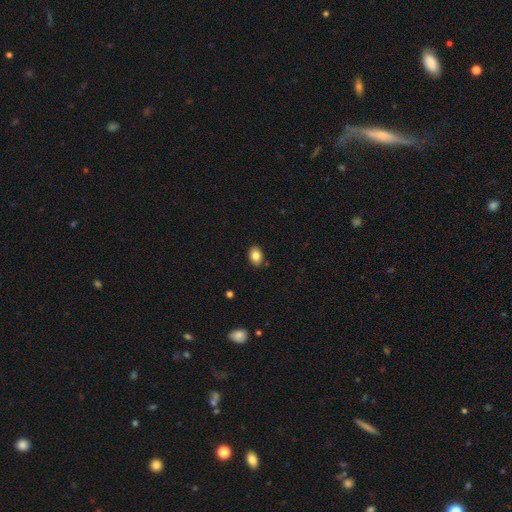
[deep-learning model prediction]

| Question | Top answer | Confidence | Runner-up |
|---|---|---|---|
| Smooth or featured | smooth | 84% | star or artifact (9%) |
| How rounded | in between | 73% | round (26%) |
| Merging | none | 88% | minor disturbance (9%) |